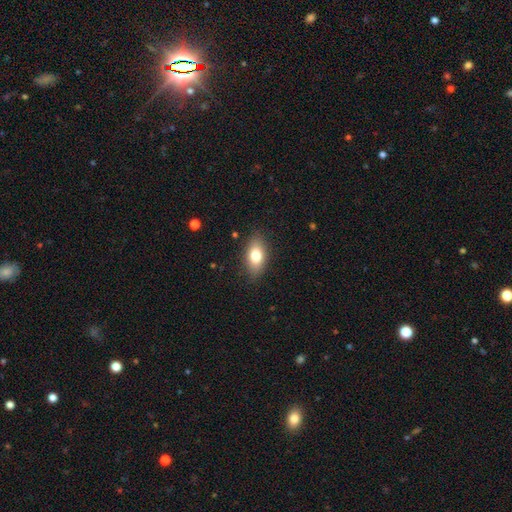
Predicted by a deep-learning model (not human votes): smooth-or-featured: smooth: 77% | featured or disk: 15% | star or artifact: 8%
  how-rounded: in between: 88% | cigar-shaped: 7% | round: 6%
  merging: none: 86% | minor disturbance: 11% | major disturbance: 2% | merger: 1%